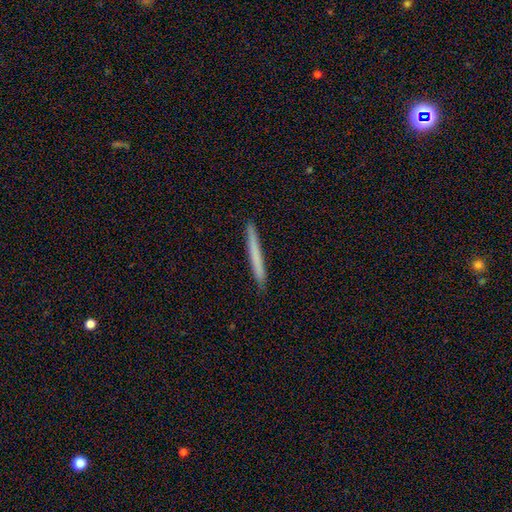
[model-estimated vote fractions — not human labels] A smooth galaxy with no disk features (67%) that is cigar-shaped (97%).

Vote fractions:
- Smooth or featured? smooth: 67% / featured or disk: 27% / star or artifact: 6%
- How rounded? cigar-shaped: 97% / in between: 2% / round: 1%
- Merging? none: 92% / minor disturbance: 6% / major disturbance: 1% / merger: 1%